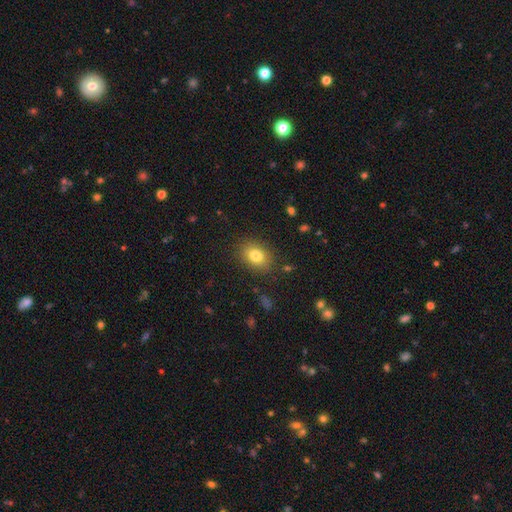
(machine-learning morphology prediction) smooth 81%, star or artifact 10%, featured or disk 9%. Down the decision tree: how rounded — in between (68%); merging — none (85%).